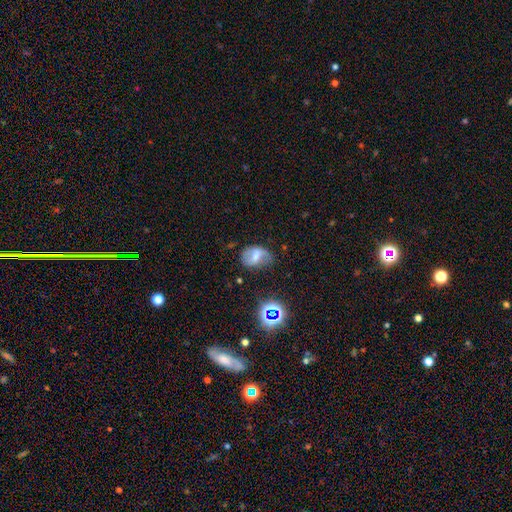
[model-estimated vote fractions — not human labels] This appears to be a featured or disk galaxy (43%). Merging: none (53%).